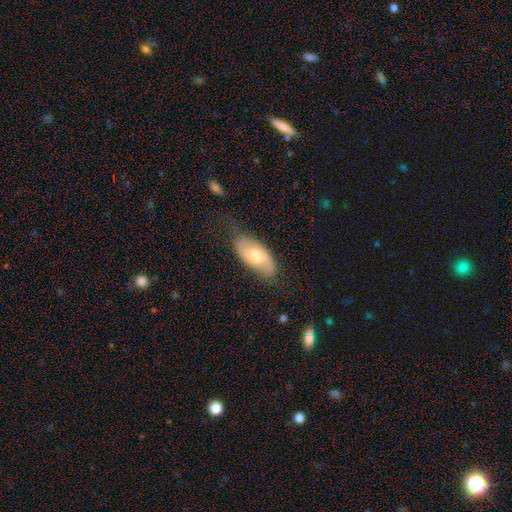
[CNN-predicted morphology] smooth-or-featured: smooth: 59% | featured or disk: 35% | star or artifact: 6%
  how-rounded: in between: 91% | cigar-shaped: 7% | round: 3%
  merging: none: 64% | minor disturbance: 26% | major disturbance: 8% | merger: 2%